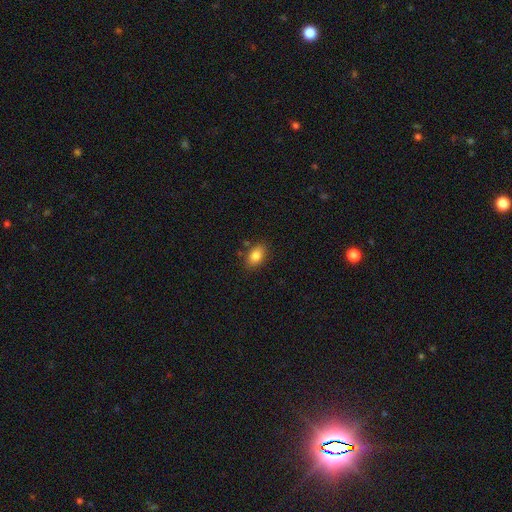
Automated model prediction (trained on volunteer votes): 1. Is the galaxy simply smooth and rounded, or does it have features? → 83% smooth, 9% star or artifact, 8% featured or disk.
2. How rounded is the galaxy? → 84% in between, 14% round, 2% cigar-shaped.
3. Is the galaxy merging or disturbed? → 83% none, 12% minor disturbance, 3% merger, 3% major disturbance.